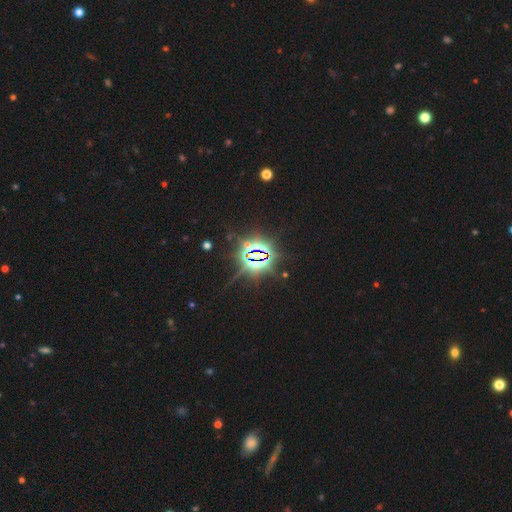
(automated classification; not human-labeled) The model was most divided on "smooth or featured": star or artifact: 85%, featured or disk: 8%, smooth: 7%.